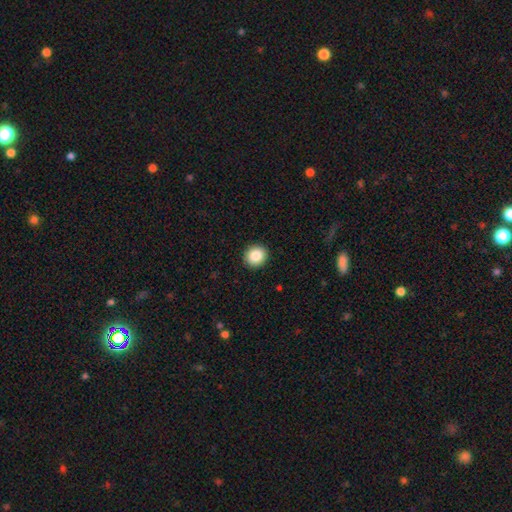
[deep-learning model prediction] Q: Smooth or featured?
A: smooth (86%); runner-up: star or artifact (9%)
Q: How rounded?
A: round (87%); runner-up: in between (12%)
Q: Merging?
A: none (92%); runner-up: minor disturbance (5%)